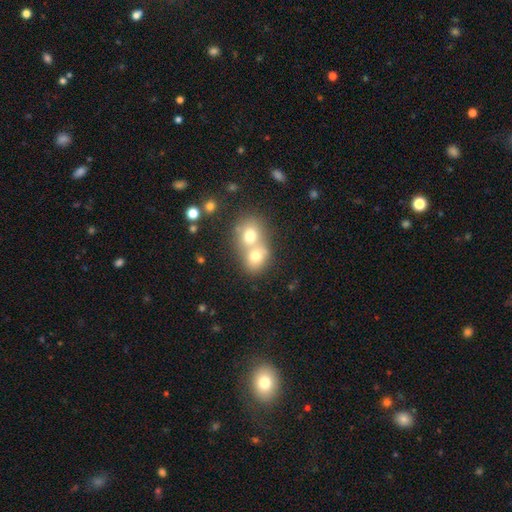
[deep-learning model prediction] The model was most divided on "how rounded": round: 63%, in between: 36%, cigar-shaped: 1%. More confident: smooth or featured — smooth (71%); merging — merger (66%).